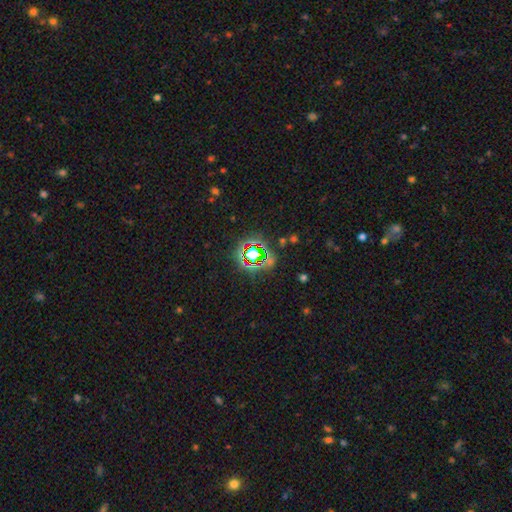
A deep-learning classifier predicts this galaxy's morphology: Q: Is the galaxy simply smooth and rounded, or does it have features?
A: star or artifact — 74%.